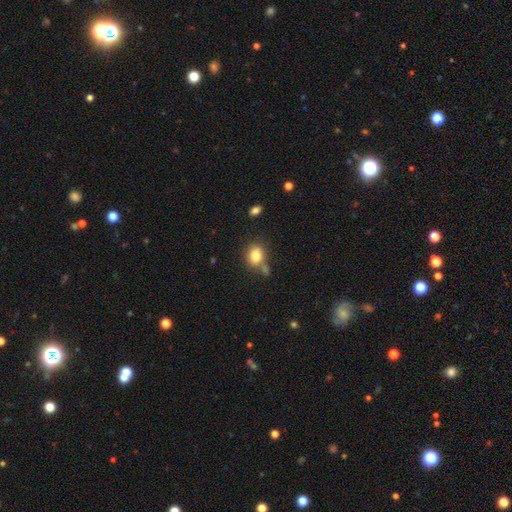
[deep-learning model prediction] This is clearly a smooth galaxy (81%). How rounded: possibly in between (52%). Merging: likely none (63%).